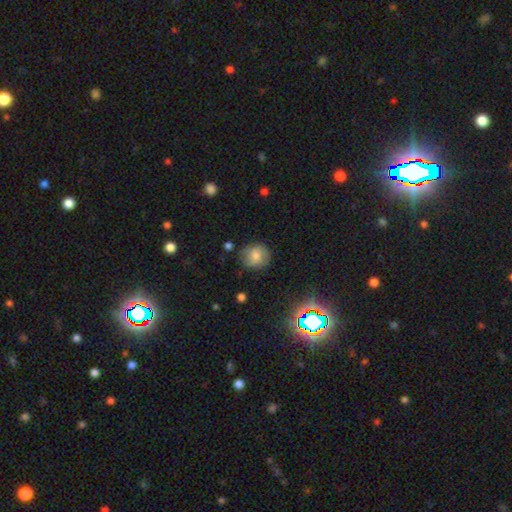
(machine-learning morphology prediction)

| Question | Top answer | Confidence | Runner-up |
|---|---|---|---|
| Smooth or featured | smooth | 75% | featured or disk (14%) |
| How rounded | round | 82% | in between (17%) |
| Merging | none | 78% | minor disturbance (16%) |